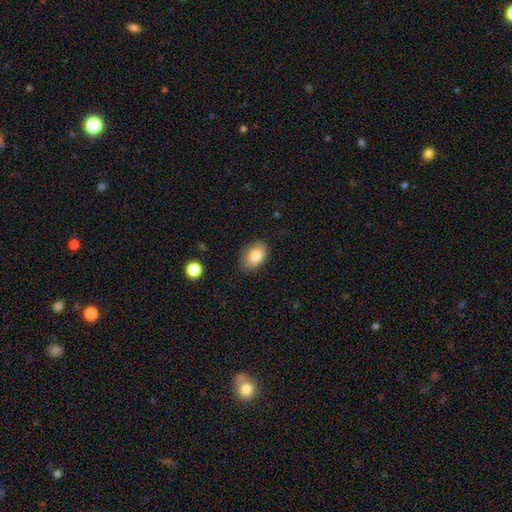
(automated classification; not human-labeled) Overall: smooth (82%). How rounded: in between (85%). Merging: none (81%).